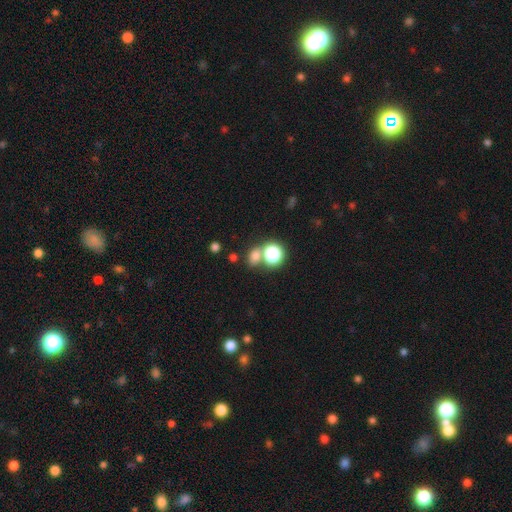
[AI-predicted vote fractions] Smooth or featured? Predicted: smooth (p=0.70). How rounded? Predicted: round (p=0.61). Merging? Predicted: none (p=0.56).